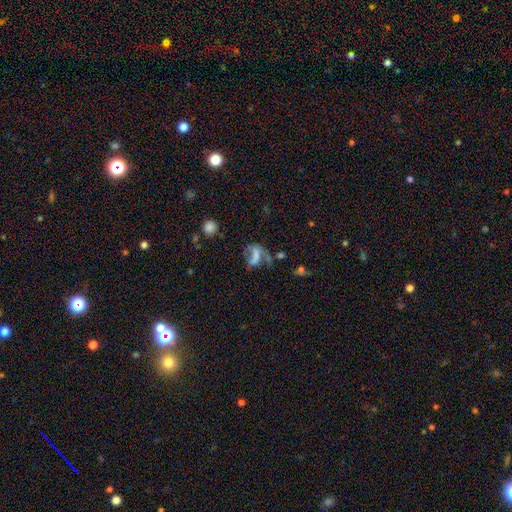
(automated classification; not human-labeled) smooth-or-featured: smooth: 43% | featured or disk: 41% | star or artifact: 17%
  merging: major disturbance: 35% | none: 27% | merger: 20% | minor disturbance: 17%